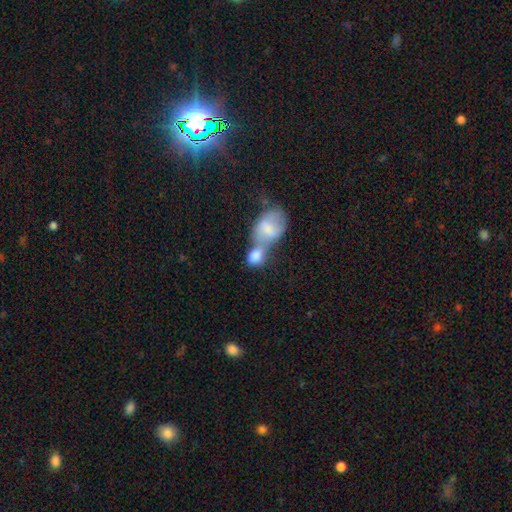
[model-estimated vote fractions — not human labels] Smooth or featured? Predicted: smooth (p=0.75). How rounded? Predicted: in between (p=0.67). Merging? Predicted: merger (p=0.74).